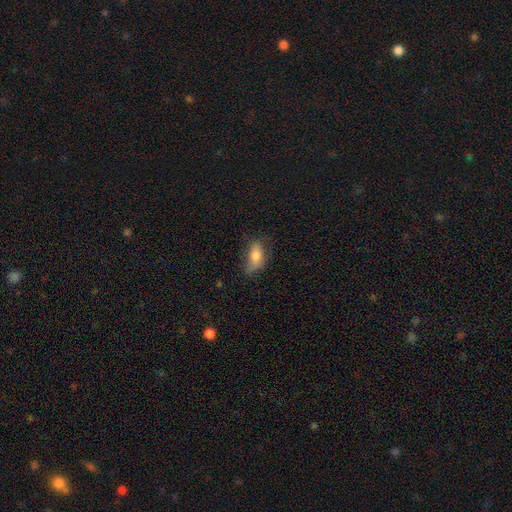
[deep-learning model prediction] The model was most divided on "merging": none: 58%, minor disturbance: 28%, major disturbance: 12%, merger: 2%. More confident: how rounded — in between (81%); smooth or featured — smooth (74%).